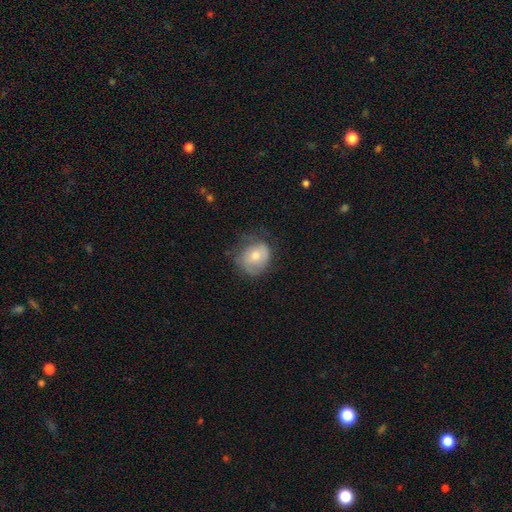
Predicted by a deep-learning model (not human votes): Q: Smooth or featured?
A: smooth (65%); runner-up: featured or disk (27%)
Q: How rounded?
A: round (64%); runner-up: in between (35%)
Q: Merging?
A: none (54%); runner-up: minor disturbance (31%)